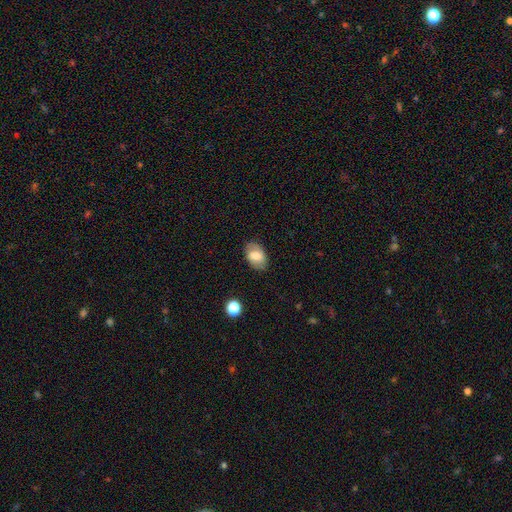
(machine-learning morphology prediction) smooth 67%, featured or disk 25%, star or artifact 8%. Down the decision tree: how rounded — in between (89%); merging — none (80%).